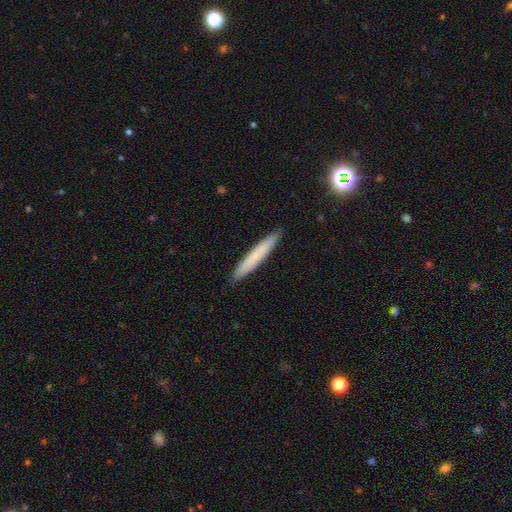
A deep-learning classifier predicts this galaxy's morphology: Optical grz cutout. It shows a smooth galaxy with no disk features (72%) that is cigar-shaped (96%). Merging: none (91%).